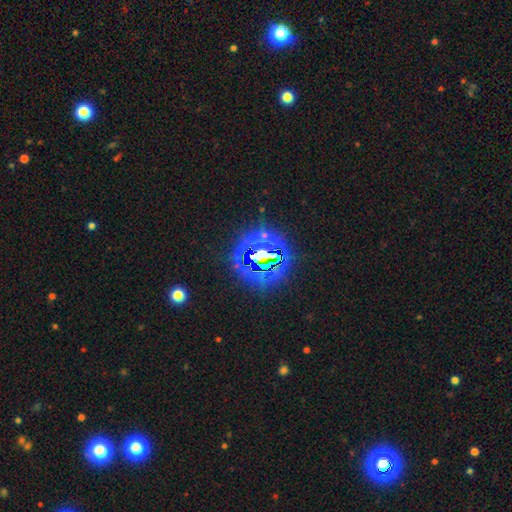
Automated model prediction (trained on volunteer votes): smooth-or-featured: star or artifact: 78% | smooth: 13% | featured or disk: 9%